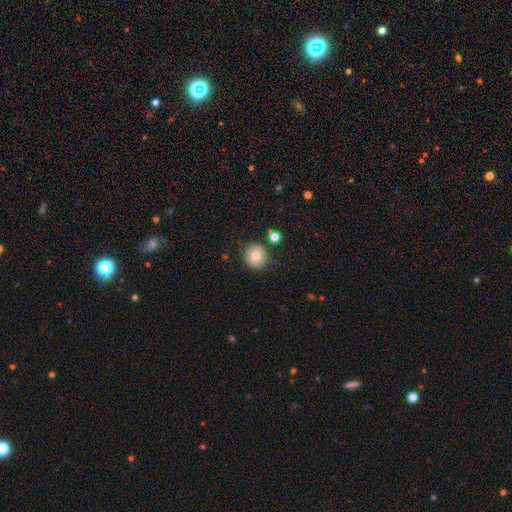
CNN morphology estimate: smooth 77%, featured or disk 14%, star or artifact 10%. Down the decision tree: how rounded — round (92%); merging — none (83%).